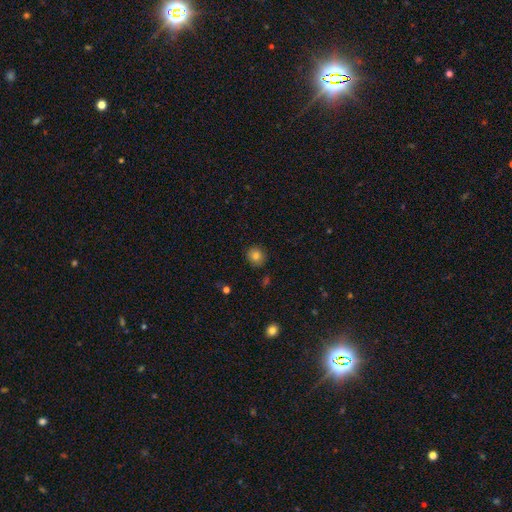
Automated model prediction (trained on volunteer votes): This is clearly a smooth galaxy (80%). How rounded: clearly round (84%). Merging: clearly none (86%).